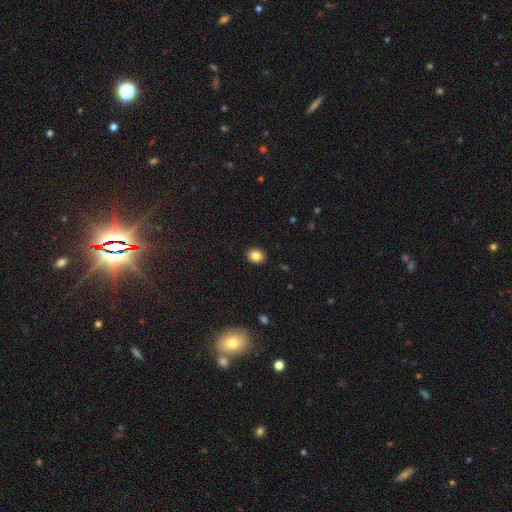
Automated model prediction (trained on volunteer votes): Q: Smooth or featured?
A: smooth (85%); runner-up: star or artifact (10%)
Q: How rounded?
A: round (51%); runner-up: in between (48%)
Q: Merging?
A: none (91%); runner-up: minor disturbance (7%)